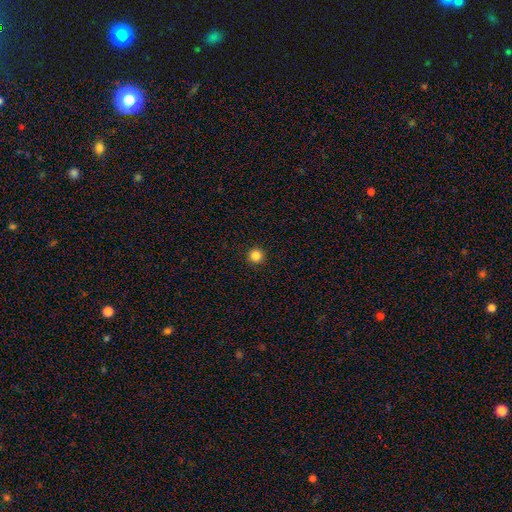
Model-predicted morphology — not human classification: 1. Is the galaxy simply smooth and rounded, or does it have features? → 85% smooth, 11% star or artifact, 4% featured or disk.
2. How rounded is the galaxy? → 97% round, 2% in between, 1% cigar-shaped.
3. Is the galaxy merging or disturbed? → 94% none, 4% minor disturbance, 1% major disturbance, 1% merger.